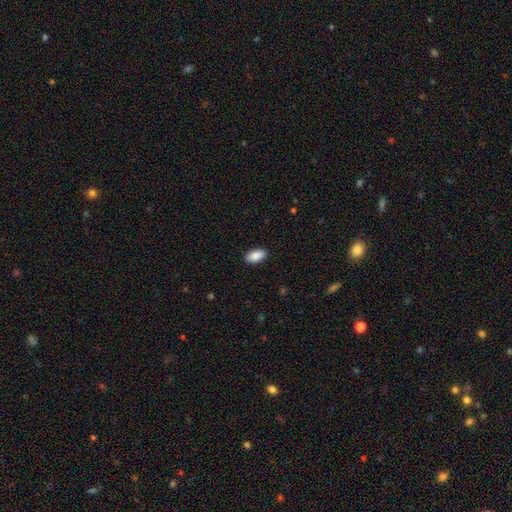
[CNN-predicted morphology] Smooth or featured: smooth — 88% (star or artifact — 6%)
How rounded: in between — 94% (cigar-shaped — 3%)
Merging: none — 89% (minor disturbance — 8%)